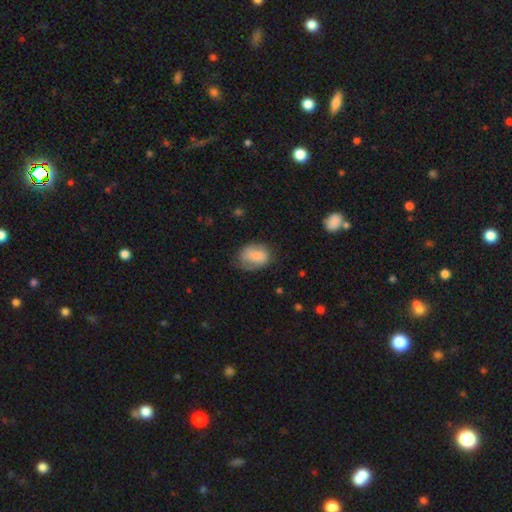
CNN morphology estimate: This appears to be a smooth galaxy with no disk features (77%) that is in between round and cigar-shaped (74%). Merging: none (58%).